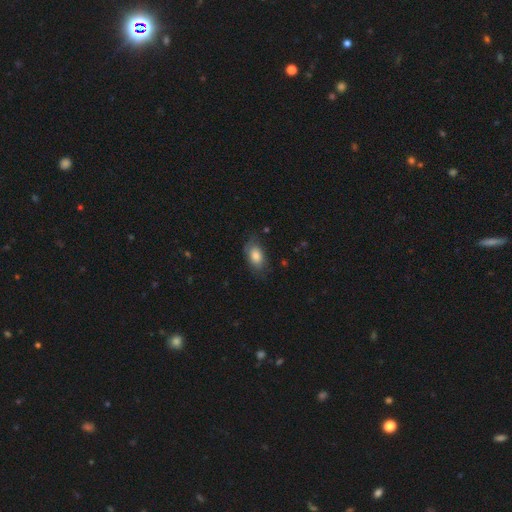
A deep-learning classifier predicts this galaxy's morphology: smooth-or-featured: smooth: 80% | featured or disk: 13% | star or artifact: 7%
  how-rounded: in between: 90% | round: 7% | cigar-shaped: 3%
  merging: none: 69% | minor disturbance: 23% | major disturbance: 7% | merger: 1%